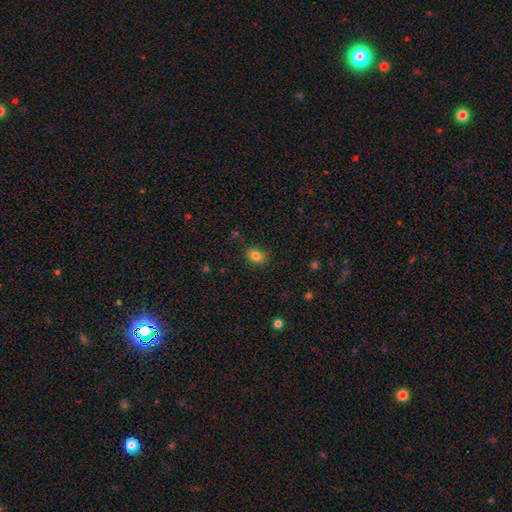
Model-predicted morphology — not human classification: Q: Smooth or featured?
A: smooth (82%); runner-up: star or artifact (11%)
Q: How rounded?
A: in between (63%); runner-up: round (35%)
Q: Merging?
A: none (80%); runner-up: minor disturbance (15%)